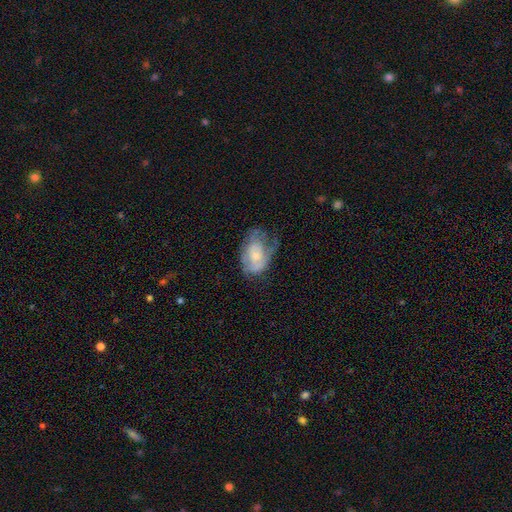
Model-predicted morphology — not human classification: The model was most divided on "bulge size": small: 43%, moderate: 40%, none: 8%, large: 7%, dominant: 2%. Remaining: edge-on disk — no (96%); bar — no (74%); spiral arms — yes (63%); smooth or featured — featured or disk (52%); merging — none (36%).